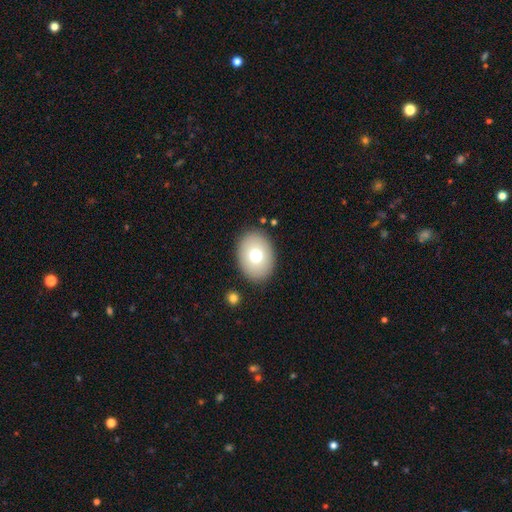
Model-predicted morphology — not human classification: This appears to be a smooth galaxy with no disk features (73%) that is in between round and cigar-shaped (69%). Merging: none (88%).